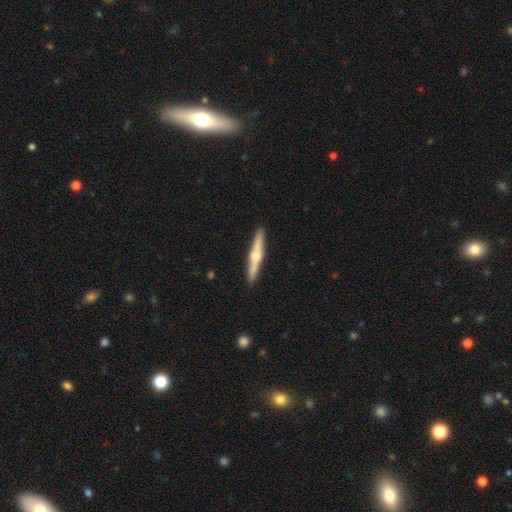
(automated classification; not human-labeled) A featured or disk galaxy (71%) viewed edge-on (97%) with a rounded central bulge (92%).

Vote fractions:
- Smooth or featured? featured or disk: 71% / smooth: 24% / star or artifact: 5%
- Edge-on disk? yes: 97% / no: 3%
- Edge-on bulge? rounded: 92% / none: 4% / boxy: 4%
- Merging? none: 91% / minor disturbance: 6% / merger: 1% / major disturbance: 1%